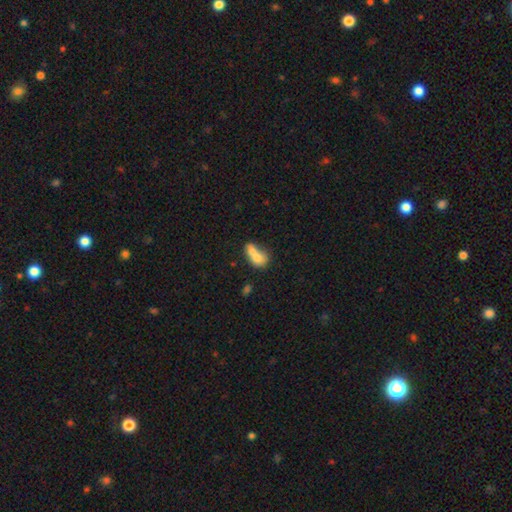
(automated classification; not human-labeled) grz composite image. It shows a smooth galaxy with no disk features (71%) that is in between round and cigar-shaped (66%). Merging: merger (72%).